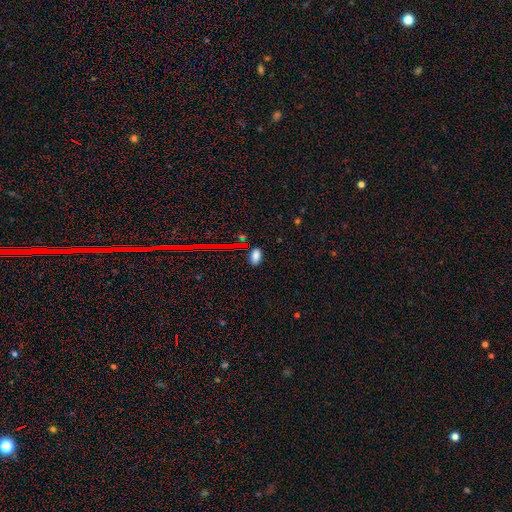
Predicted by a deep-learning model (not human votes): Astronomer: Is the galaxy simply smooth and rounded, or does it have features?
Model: smooth — 79%.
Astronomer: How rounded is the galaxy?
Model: in between — 90%.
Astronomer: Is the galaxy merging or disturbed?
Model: none — 83%.